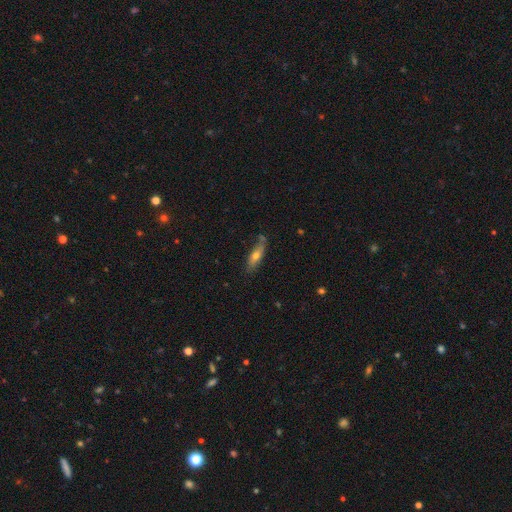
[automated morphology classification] The model was most divided on "how rounded": cigar-shaped: 55%, in between: 42%, round: 3%. More confident: merging — none (67%); smooth or featured — smooth (58%).